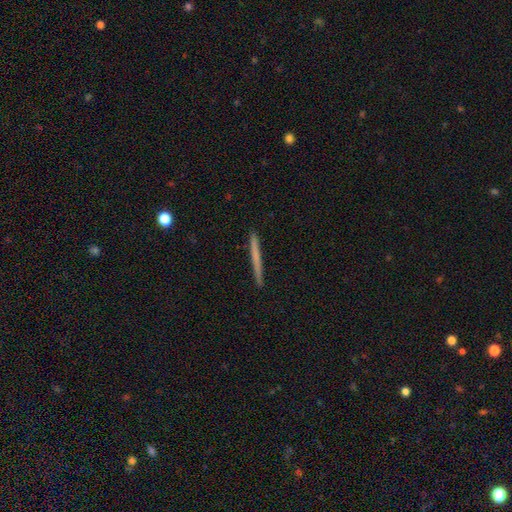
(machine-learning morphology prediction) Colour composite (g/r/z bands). It shows a smooth galaxy with no disk features (56%) that is cigar-shaped (97%). Merging: none (93%).